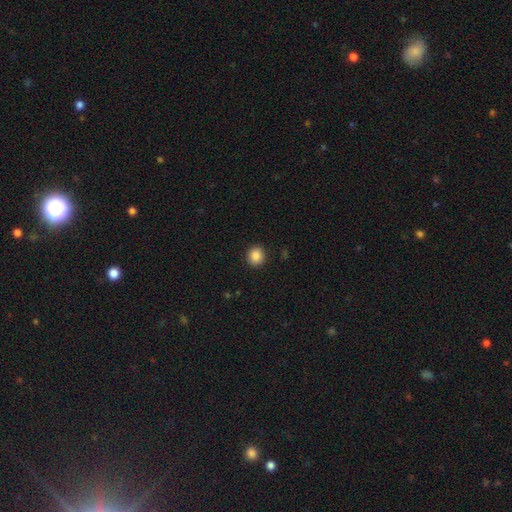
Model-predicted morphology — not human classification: Smooth or featured?
  - smooth: 87% *
  - star or artifact: 9%
  - featured or disk: 3%
How rounded?
  - round: 80% *
  - in between: 19%
  - cigar-shaped: 1%
Merging?
  - none: 91% *
  - minor disturbance: 6%
  - major disturbance: 2%
  - merger: 1%